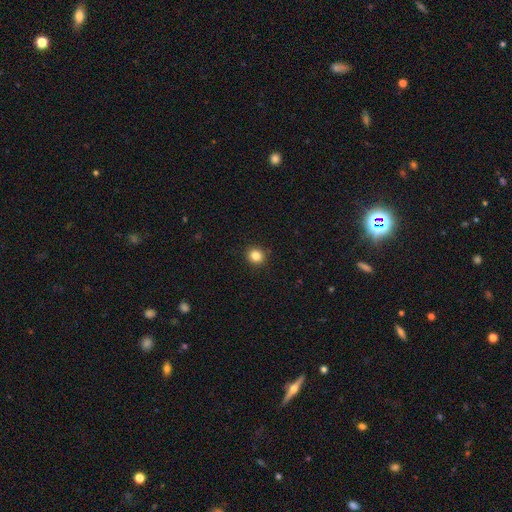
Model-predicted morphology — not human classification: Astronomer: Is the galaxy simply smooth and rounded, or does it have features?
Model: smooth — 84%.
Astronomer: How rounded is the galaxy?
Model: round — 87%.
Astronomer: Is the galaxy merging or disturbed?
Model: none — 92%.